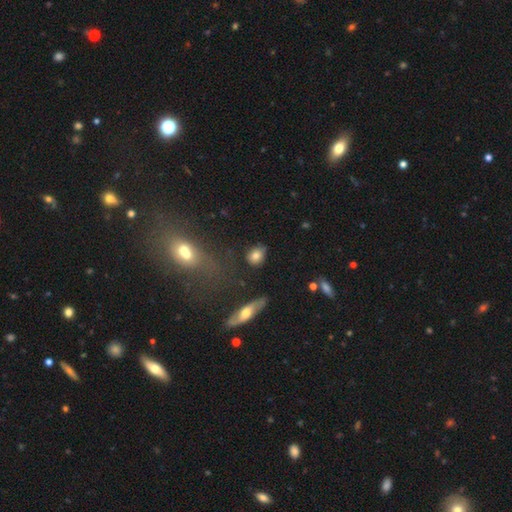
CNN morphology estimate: This is likely a smooth galaxy (78%). How rounded: possibly round (57%). Merging: likely none (70%).